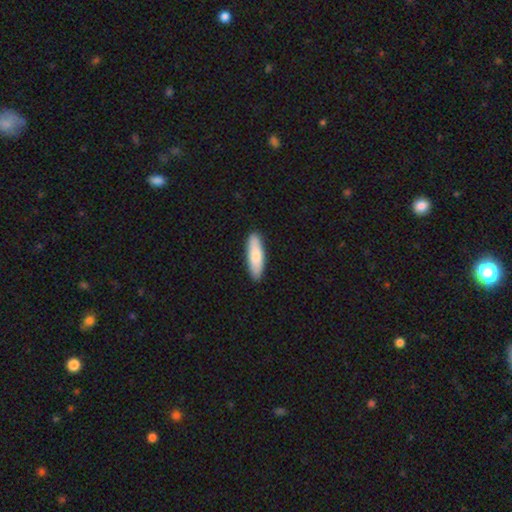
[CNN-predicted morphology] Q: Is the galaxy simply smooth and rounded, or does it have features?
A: smooth — 78%.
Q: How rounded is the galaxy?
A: cigar-shaped — 57%.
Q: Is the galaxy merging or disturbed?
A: none — 90%.